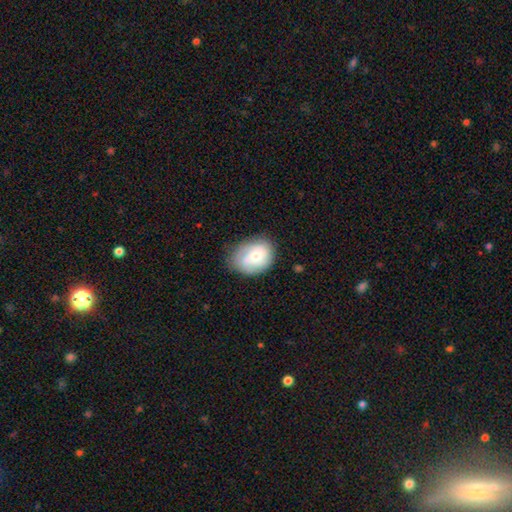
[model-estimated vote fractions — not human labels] This is possibly a smooth galaxy (55%). How rounded: possibly in between (59%). Merging: likely none (68%).